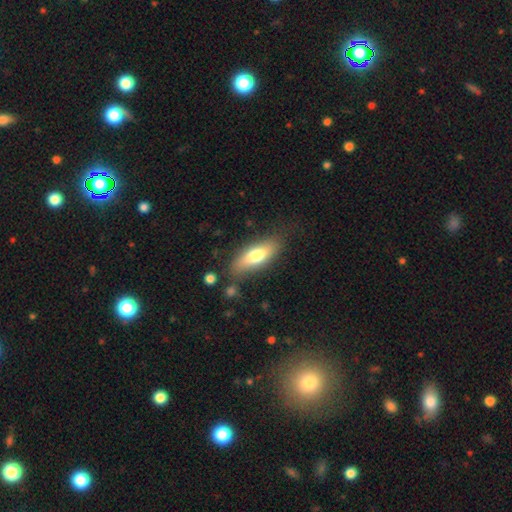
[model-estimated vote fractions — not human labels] A smooth galaxy with no disk features (69%) that is in between round and cigar-shaped (66%).

Vote fractions:
- Smooth or featured? smooth: 69% / featured or disk: 25% / star or artifact: 6%
- How rounded? in between: 66% / cigar-shaped: 32% / round: 3%
- Merging? none: 75% / minor disturbance: 16% / major disturbance: 5% / merger: 4%